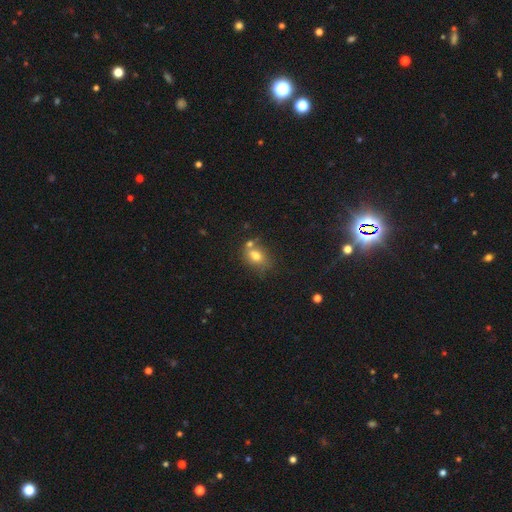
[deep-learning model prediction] A smooth galaxy with no disk features (73%) that is in between round and cigar-shaped (63%). Merging: none (53%).